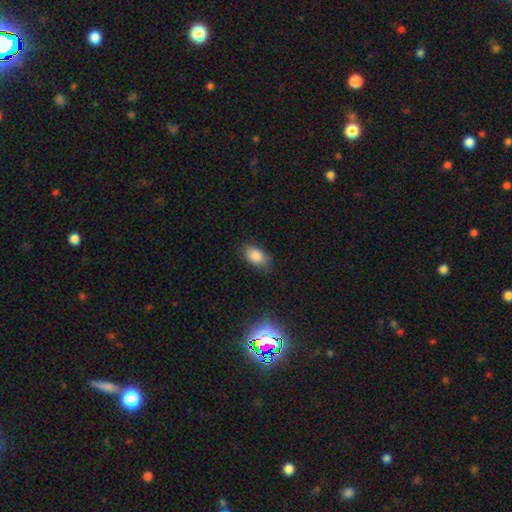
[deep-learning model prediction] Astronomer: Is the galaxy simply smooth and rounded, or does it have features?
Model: smooth — 84%.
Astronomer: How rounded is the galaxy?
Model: in between — 90%.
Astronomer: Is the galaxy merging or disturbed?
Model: none — 79%.